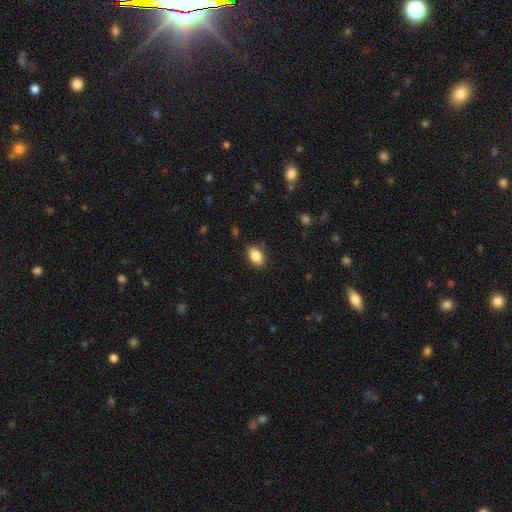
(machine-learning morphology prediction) smooth_or_featured: smooth (p=0.87) [alt: star or artifact p=0.08]
how_rounded: in between (p=0.85) [alt: round p=0.14]
merging: none (p=0.85) [alt: minor disturbance p=0.11]